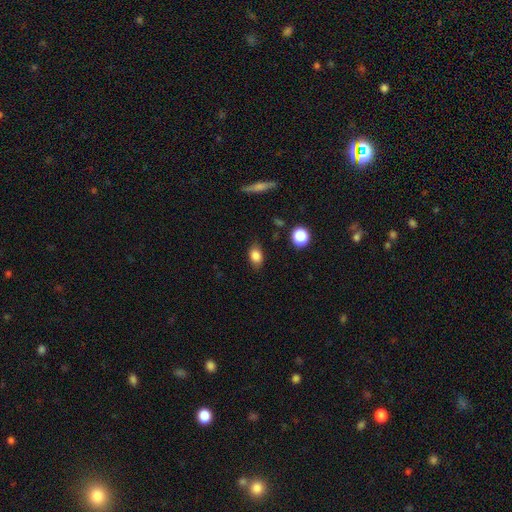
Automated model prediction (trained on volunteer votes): Q: Smooth or featured?
A: smooth (84%); runner-up: star or artifact (9%)
Q: How rounded?
A: in between (78%); runner-up: round (20%)
Q: Merging?
A: none (81%); runner-up: minor disturbance (14%)